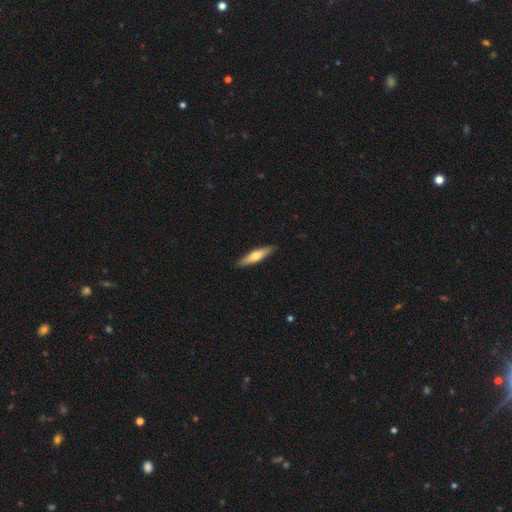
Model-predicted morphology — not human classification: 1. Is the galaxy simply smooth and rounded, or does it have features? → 52% smooth, 43% featured or disk, 5% star or artifact.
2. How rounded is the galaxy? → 76% cigar-shaped, 22% in between, 2% round.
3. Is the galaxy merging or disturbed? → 90% none, 7% minor disturbance, 1% major disturbance, 1% merger.